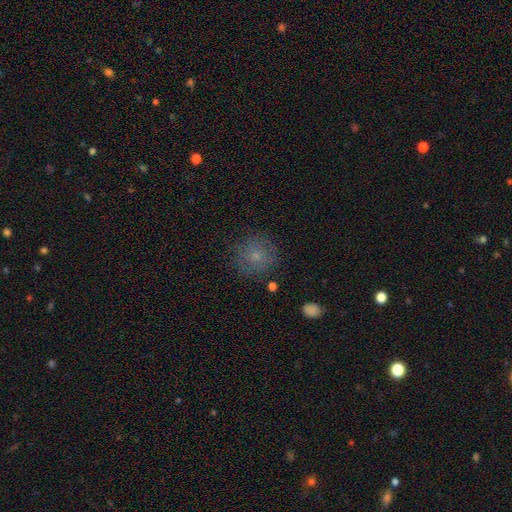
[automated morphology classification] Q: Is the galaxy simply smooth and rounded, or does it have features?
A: smooth — 71%.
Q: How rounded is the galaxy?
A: round — 90%.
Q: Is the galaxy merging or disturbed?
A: none — 77%.